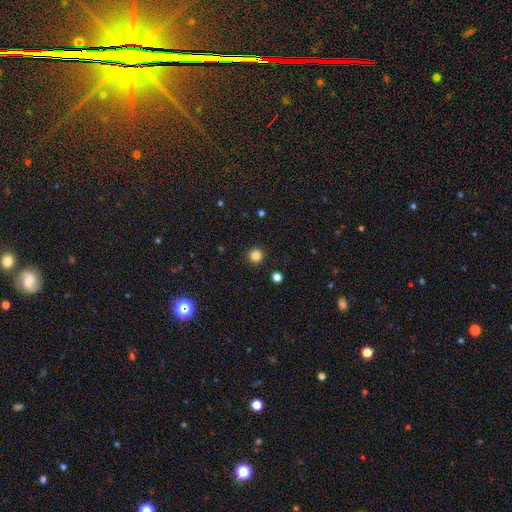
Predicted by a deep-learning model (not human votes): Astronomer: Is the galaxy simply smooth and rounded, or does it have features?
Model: smooth — 84%.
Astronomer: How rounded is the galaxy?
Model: round — 96%.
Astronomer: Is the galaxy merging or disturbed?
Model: none — 93%.